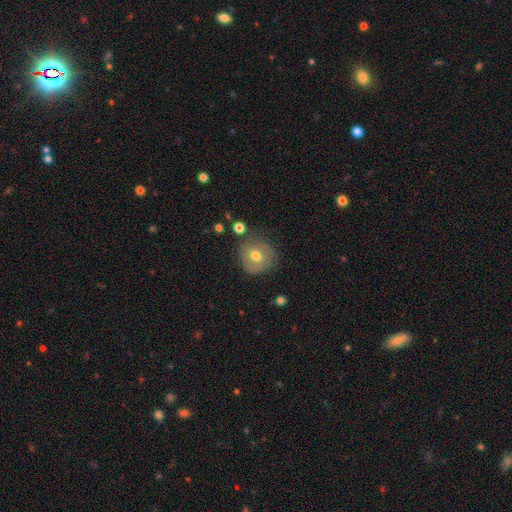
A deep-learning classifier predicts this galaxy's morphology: smooth 53%, featured or disk 38%, star or artifact 8%. Down the decision tree: how rounded — round (88%); merging — none (66%).